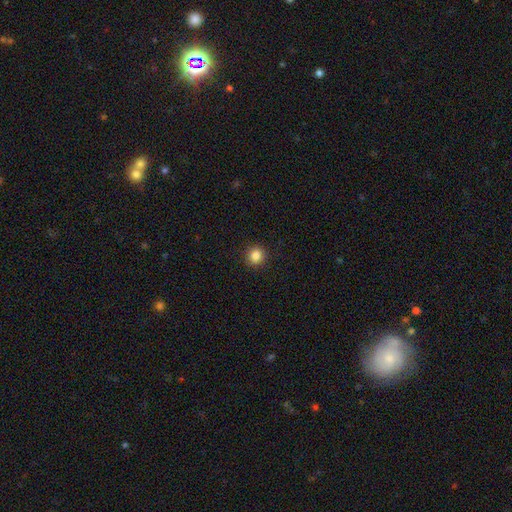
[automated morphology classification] Smooth or featured? Predicted: smooth (p=0.86). How rounded? Predicted: round (p=0.89). Merging? Predicted: none (p=0.92).